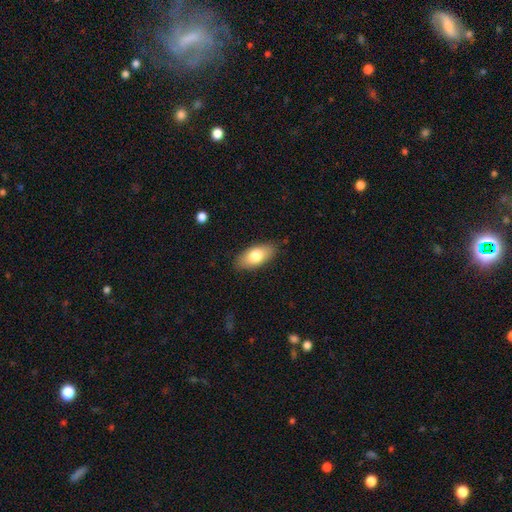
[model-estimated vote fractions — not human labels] Q: Smooth or featured?
A: smooth (77%); runner-up: featured or disk (17%)
Q: How rounded?
A: in between (90%); runner-up: cigar-shaped (7%)
Q: Merging?
A: none (85%); runner-up: minor disturbance (11%)